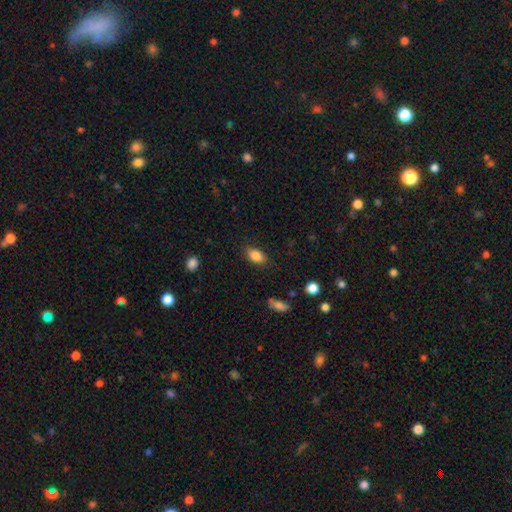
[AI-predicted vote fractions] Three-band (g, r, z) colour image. It shows a smooth galaxy with no disk features (86%) that is in between round and cigar-shaped (89%). Merging: none (83%).